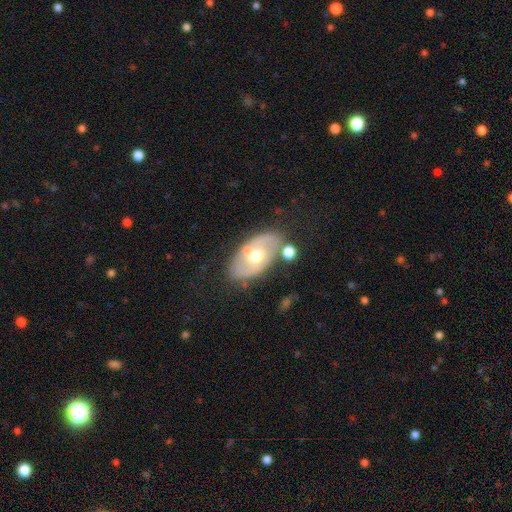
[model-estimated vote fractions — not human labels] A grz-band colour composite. It shows a featured or disk galaxy (66%) with no bar (72%), spiral arms (50%, tied with no) and a moderate central bulge (77%). Merging: none (69%).